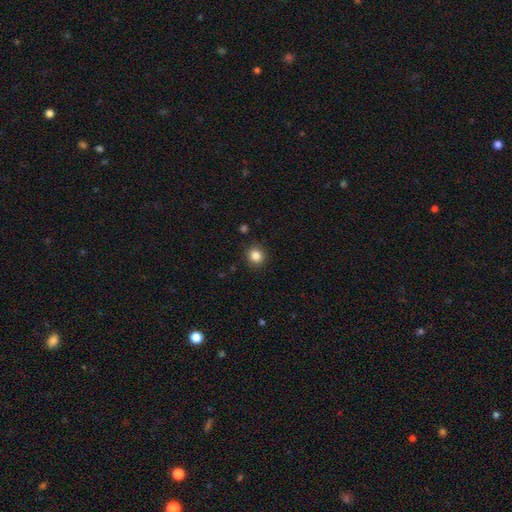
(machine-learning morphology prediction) Smooth or featured: smooth — 85% (star or artifact — 11%)
How rounded: round — 89% (in between — 11%)
Merging: none — 90% (minor disturbance — 7%)